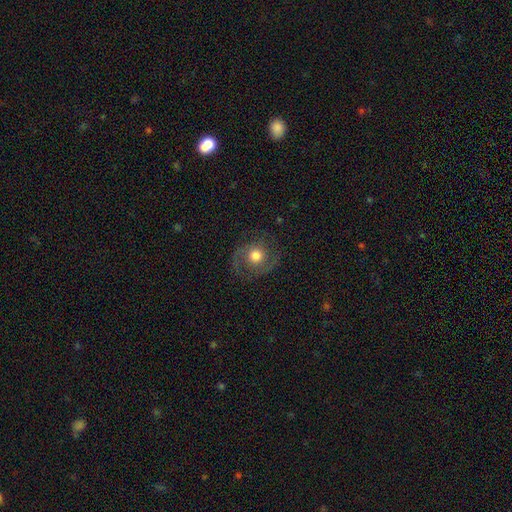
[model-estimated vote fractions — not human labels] smooth-or-featured: featured or disk: 54% | smooth: 37% | star or artifact: 10%
  disk-edge-on: no: 97% | yes: 3%
    bar: no: 78% | weak: 18% | strong: 4%
    has-spiral-arms: yes: 78% | no: 22%
    bulge-size: moderate: 54% | large: 36% | small: 5% | dominant: 4% | none: 1%
  merging: none: 75% | minor disturbance: 14% | major disturbance: 9% | merger: 1%